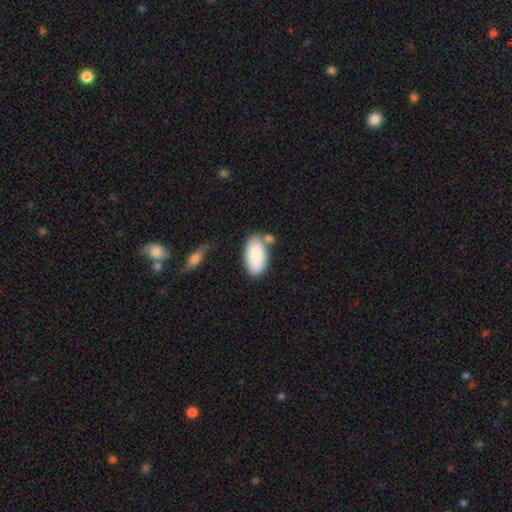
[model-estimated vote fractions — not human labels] This is clearly a smooth galaxy (87%). How rounded: clearly in between (95%). Merging: likely none (64%).